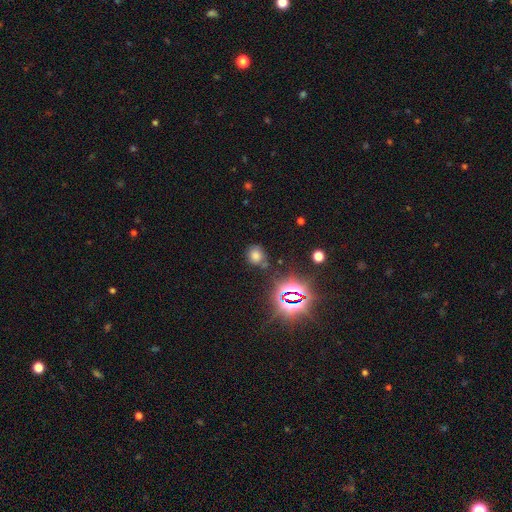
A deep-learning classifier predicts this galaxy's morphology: Smooth or featured? smooth (59%)
How rounded? round (76%)
Merging? none (74%)